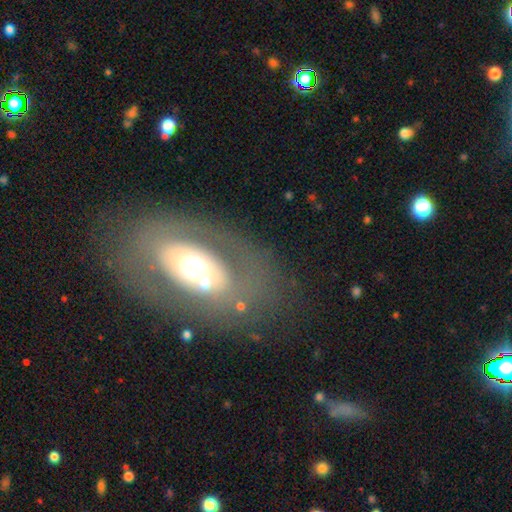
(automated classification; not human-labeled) Smooth or featured? Predicted: featured or disk (p=0.62). Edge-on disk? Predicted: no (p=0.90). Bar? Predicted: no (p=0.79). Spiral arms? Predicted: no (p=0.75). Bulge size? Predicted: moderate (p=0.51). Merging? Predicted: none (p=0.76).